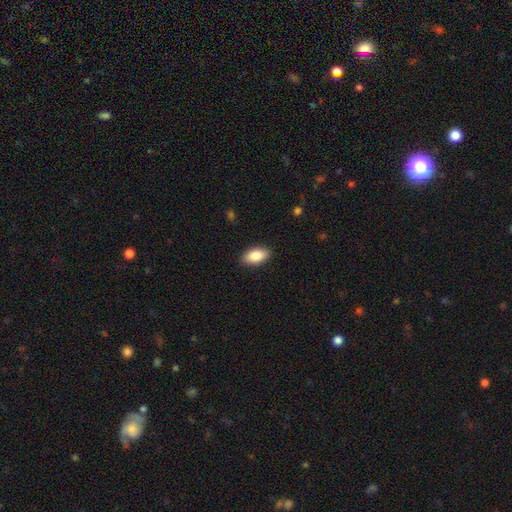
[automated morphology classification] Smooth or featured? Predicted: smooth (p=0.86). How rounded? Predicted: in between (p=0.93). Merging? Predicted: none (p=0.89).